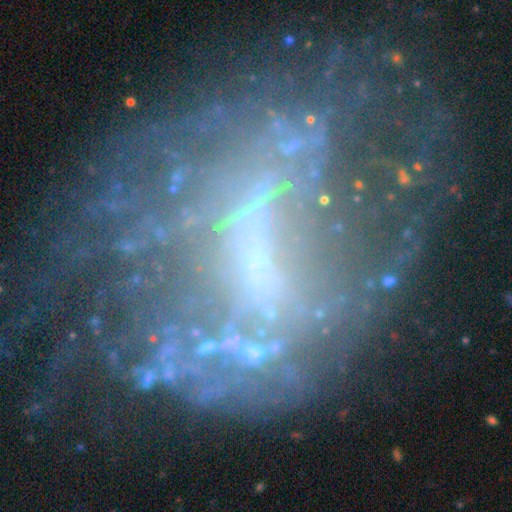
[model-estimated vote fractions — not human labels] Smooth or featured? featured or disk (74%)
Edge-on disk? no (95%)
Bar? weak (41%)
Spiral arms? yes (55%)
Bulge size? small (50%)
Merging? none (45%)